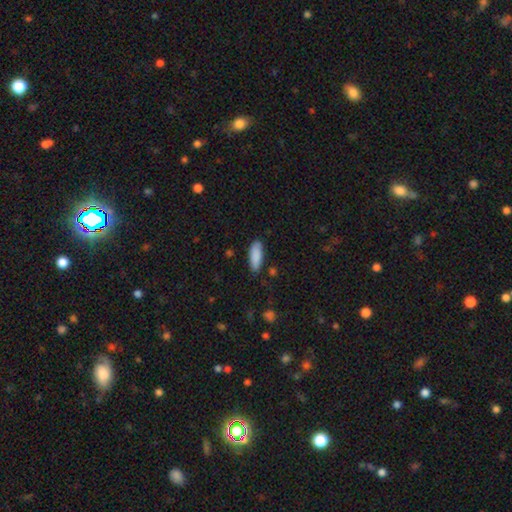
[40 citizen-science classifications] Q: Smooth or featured?
A: smooth (88%); runner-up: featured or disk (8%)
Q: How rounded?
A: in between (49%); tied with: cigar-shaped (49%)
Q: Merging?
A: none (79%); runner-up: minor disturbance (11%)